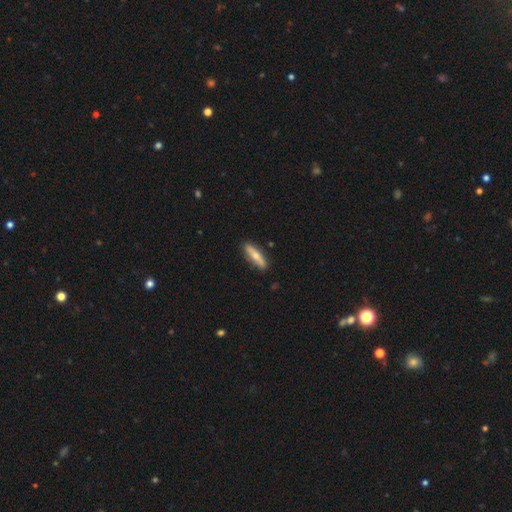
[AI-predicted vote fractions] Morphology: type=smooth (57%); roundness=cigar-shaped (74%); merging=none (86%).